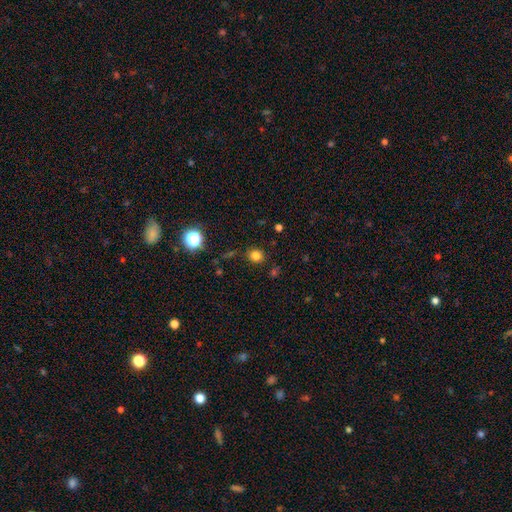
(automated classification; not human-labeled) Overall: smooth (79%). How rounded: round (84%). Merging: none (86%).